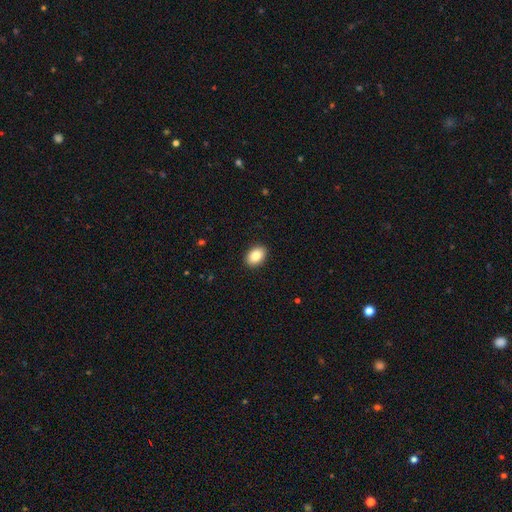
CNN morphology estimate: type=smooth (86%); roundness=in between (82%); merging=none (91%).